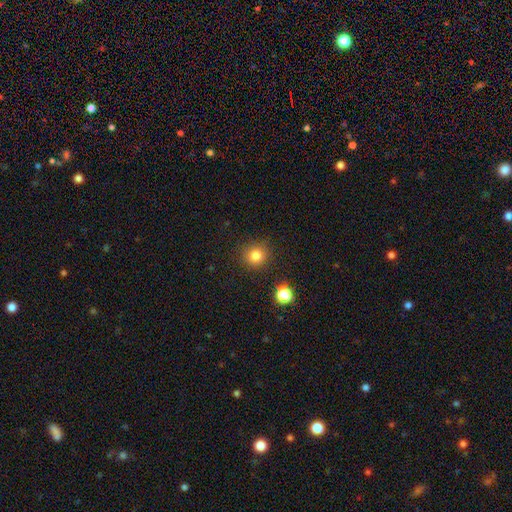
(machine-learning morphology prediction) type=smooth (80%); roundness=round (91%); merging=none (89%).